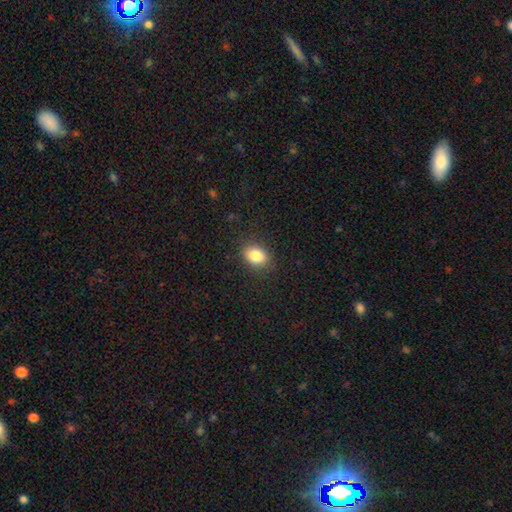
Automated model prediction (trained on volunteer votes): A smooth galaxy with no disk features (84%) that is in between round and cigar-shaped (71%).

Vote fractions:
- Smooth or featured? smooth: 84% / star or artifact: 9% / featured or disk: 7%
- How rounded? in between: 71% / round: 28% / cigar-shaped: 1%
- Merging? none: 86% / minor disturbance: 10% / major disturbance: 3% / merger: 1%